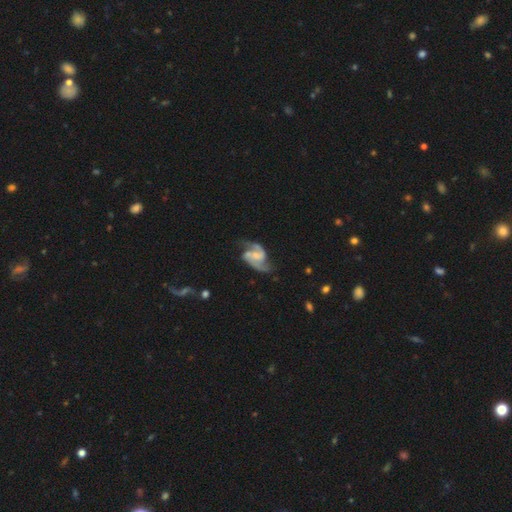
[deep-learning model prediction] Smooth or featured?
  - featured or disk: 90% *
  - smooth: 6%
  - star or artifact: 4%
Edge-on disk?
  - no: 98% *
  - yes: 2%
Bar?
  - weak: 47% *
  - no: 33%
  - strong: 20%
Spiral arms?
  - yes: 97% *
  - no: 3%
Spiral winding?
  - medium: 51% *
  - loose: 37%
  - tight: 12%
Spiral arm count?
  - 2: 92% *
  - 3: 2%
  - can't tell: 2%
  - 1: 1%
  - 4: 1%
  - more than 4: 1%
Bulge size?
  - small: 42% *
  - none: 28%
  - moderate: 25%
  - large: 4%
  - dominant: 1%
Merging?
  - none: 69% *
  - minor disturbance: 18%
  - major disturbance: 10%
  - merger: 3%